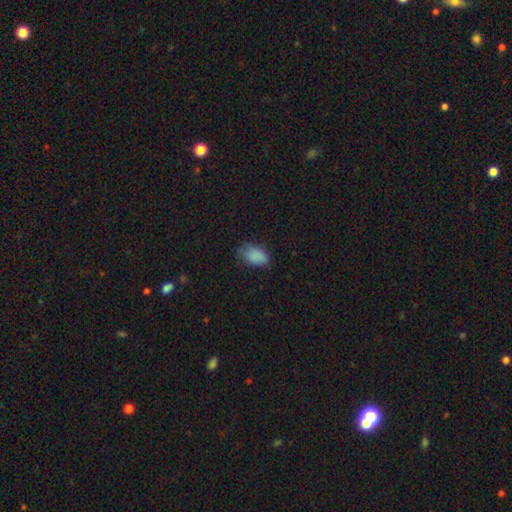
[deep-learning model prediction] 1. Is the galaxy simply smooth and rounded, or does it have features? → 85% smooth, 9% star or artifact, 6% featured or disk.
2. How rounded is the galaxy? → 92% in between, 7% round, 2% cigar-shaped.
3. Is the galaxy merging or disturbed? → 62% none, 29% minor disturbance, 7% major disturbance, 1% merger.